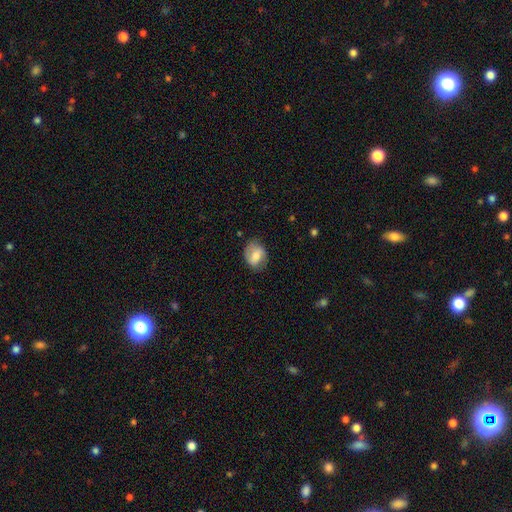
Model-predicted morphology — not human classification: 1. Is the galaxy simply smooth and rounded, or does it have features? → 54% smooth, 39% featured or disk, 8% star or artifact.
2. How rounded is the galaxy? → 66% in between, 33% round, 1% cigar-shaped.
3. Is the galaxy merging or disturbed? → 71% none, 21% minor disturbance, 6% major disturbance, 1% merger.